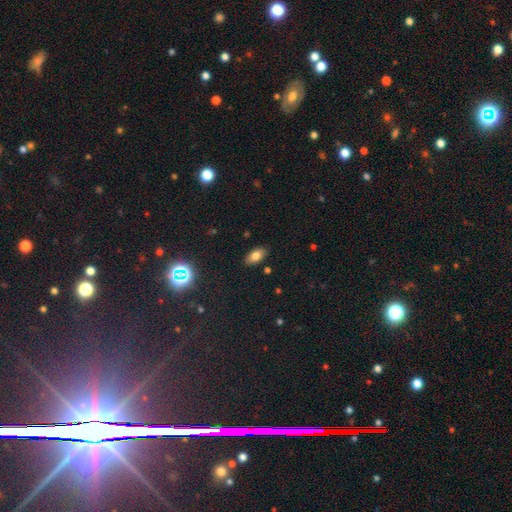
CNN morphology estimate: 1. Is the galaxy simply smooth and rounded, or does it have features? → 77% smooth, 12% featured or disk, 11% star or artifact.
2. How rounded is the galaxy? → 90% in between, 5% cigar-shaped, 4% round.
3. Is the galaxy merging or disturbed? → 87% none, 10% minor disturbance, 2% major disturbance, 1% merger.